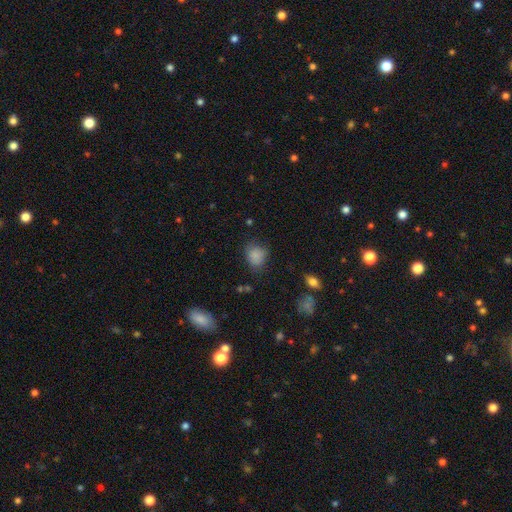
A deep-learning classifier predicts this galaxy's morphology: This is clearly a smooth galaxy (83%). How rounded: possibly round (56%). Merging: likely none (68%).